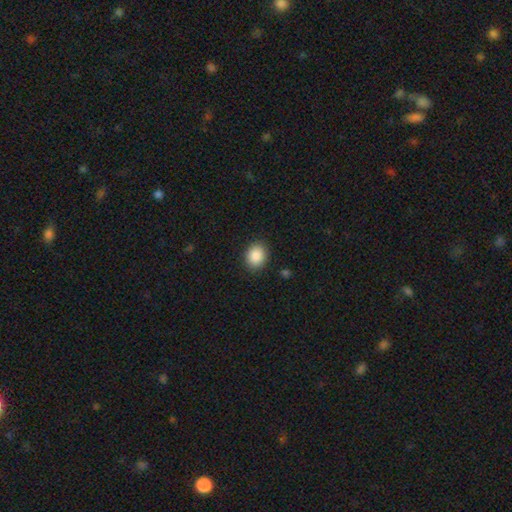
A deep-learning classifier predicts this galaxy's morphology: type=smooth (88%); roundness=round (54%); merging=none (89%).